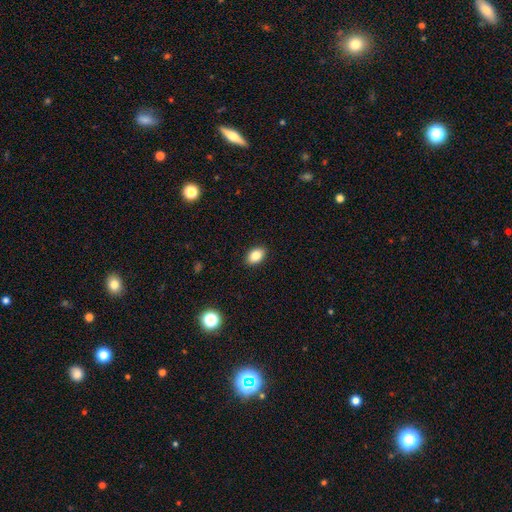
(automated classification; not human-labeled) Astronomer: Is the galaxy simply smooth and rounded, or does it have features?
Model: smooth — 84%.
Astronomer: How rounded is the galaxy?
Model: in between — 86%.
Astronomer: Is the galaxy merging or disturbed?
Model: none — 90%.